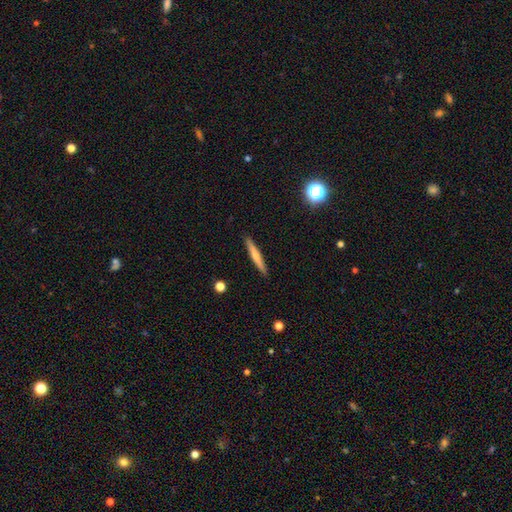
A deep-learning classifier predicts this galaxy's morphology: The model was most divided on "smooth or featured": smooth: 56%, featured or disk: 37%, star or artifact: 6%. More confident: how rounded — cigar-shaped (94%); merging — none (91%).